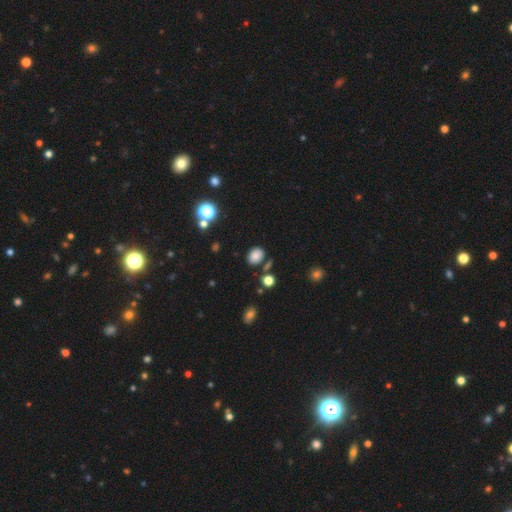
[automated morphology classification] Overall: smooth (80%). How rounded: in between (62%; round 37%). Merging: none (77%).